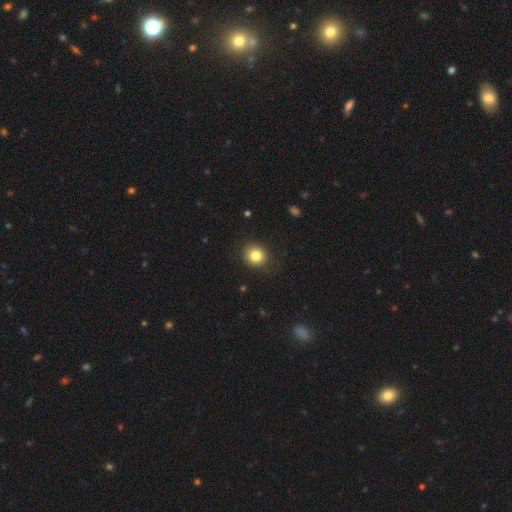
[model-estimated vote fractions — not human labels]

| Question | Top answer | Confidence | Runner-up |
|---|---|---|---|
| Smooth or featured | smooth | 82% | star or artifact (11%) |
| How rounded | round | 81% | in between (18%) |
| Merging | none | 85% | minor disturbance (11%) |